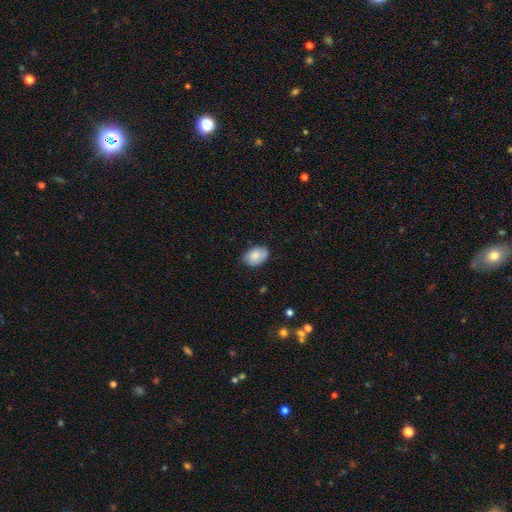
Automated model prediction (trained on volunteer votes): smooth 79%, featured or disk 14%, star or artifact 7%. Down the decision tree: how rounded — in between (88%); merging — none (74%).